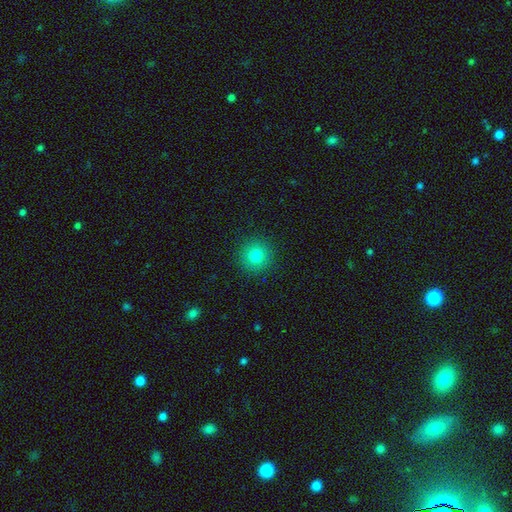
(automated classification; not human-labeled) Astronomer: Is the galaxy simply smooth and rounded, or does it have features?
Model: smooth — 80%.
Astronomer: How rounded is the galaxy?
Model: round — 94%.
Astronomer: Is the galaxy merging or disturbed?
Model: none — 91%.